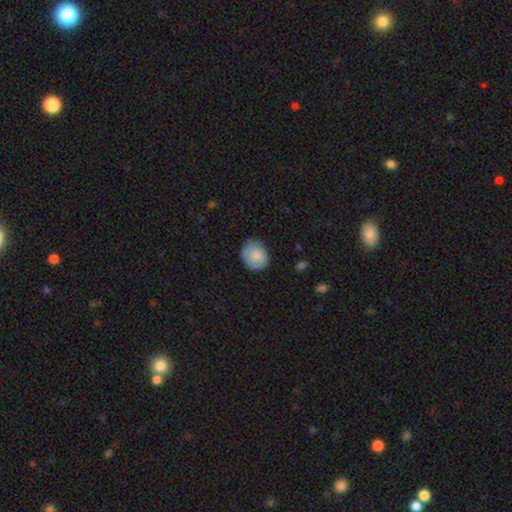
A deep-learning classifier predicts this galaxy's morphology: Smooth or featured? smooth (81%)
How rounded? round (63%)
Merging? none (71%)